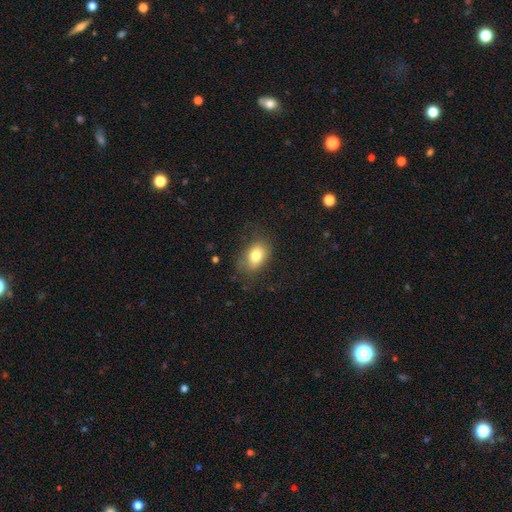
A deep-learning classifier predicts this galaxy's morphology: Smooth or featured? Predicted: smooth (p=0.79). How rounded? Predicted: in between (p=0.78). Merging? Predicted: none (p=0.73).